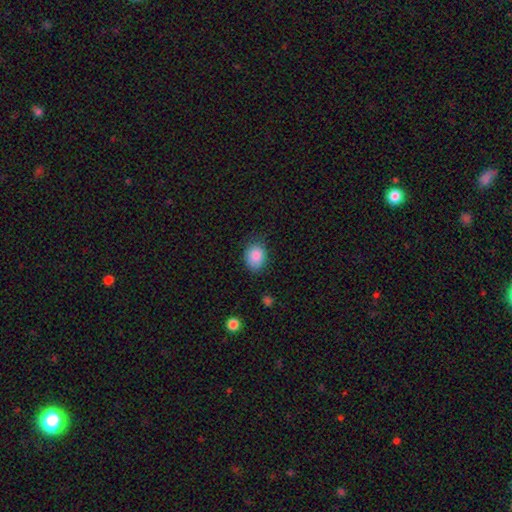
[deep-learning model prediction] The model was most divided on "how rounded": in between: 60%, round: 39%, cigar-shaped: 1%. More confident: smooth or featured — smooth (88%); merging — none (73%).